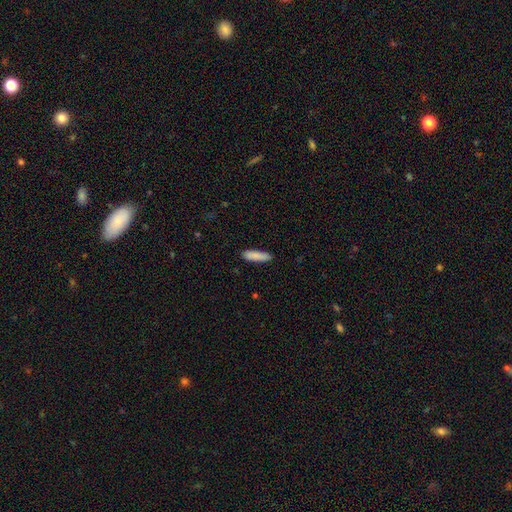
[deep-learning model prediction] Smooth or featured: smooth — 88% (star or artifact — 6%)
How rounded: cigar-shaped — 71% (in between — 28%)
Merging: none — 88% (minor disturbance — 9%)